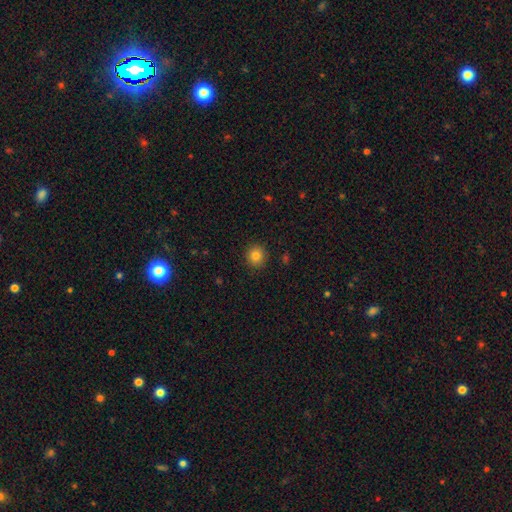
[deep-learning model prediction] A smooth galaxy with no disk features (83%) that is round (90%). Merging: none (91%).